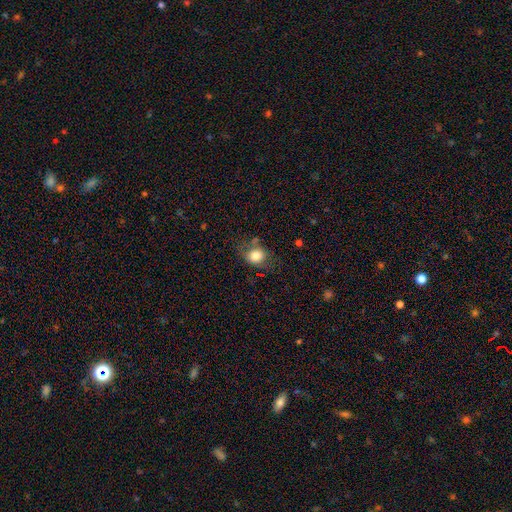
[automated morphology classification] Q: Smooth or featured?
A: smooth (78%); runner-up: featured or disk (13%)
Q: How rounded?
A: round (56%); runner-up: in between (43%)
Q: Merging?
A: none (58%); runner-up: minor disturbance (25%)